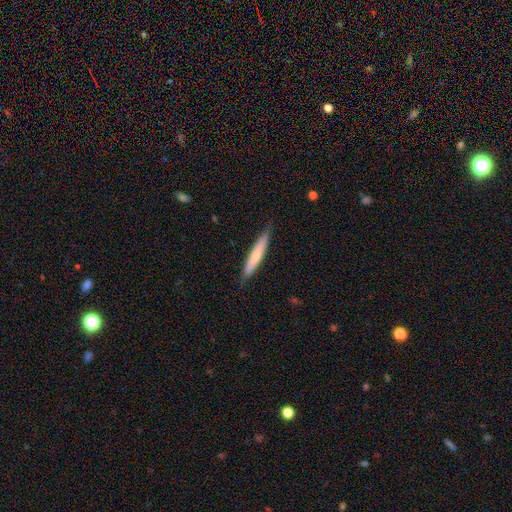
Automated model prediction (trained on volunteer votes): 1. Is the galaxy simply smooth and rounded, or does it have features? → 62% smooth, 33% featured or disk, 6% star or artifact.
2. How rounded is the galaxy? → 93% cigar-shaped, 6% in between, 1% round.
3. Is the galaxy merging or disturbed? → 85% none, 12% minor disturbance, 2% major disturbance, 1% merger.